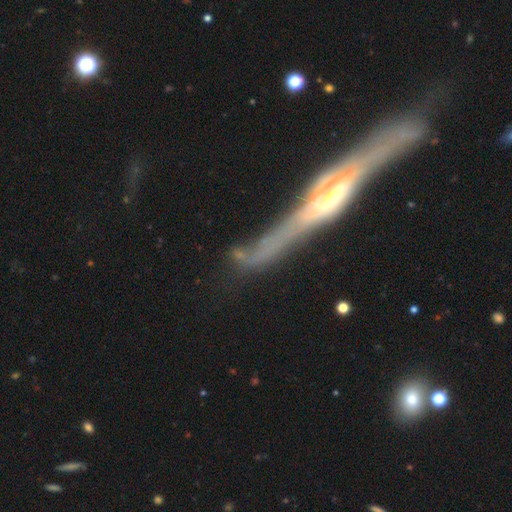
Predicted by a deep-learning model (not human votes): Smooth or featured?
  - featured or disk: 66% *
  - smooth: 23%
  - star or artifact: 12%
Edge-on disk?
  - yes: 63% *
  - no: 37%
Merging?
  - none: 44% *
  - major disturbance: 25%
  - minor disturbance: 19%
  - merger: 12%